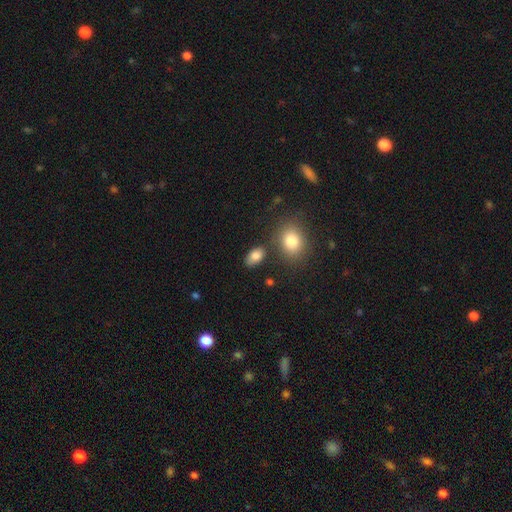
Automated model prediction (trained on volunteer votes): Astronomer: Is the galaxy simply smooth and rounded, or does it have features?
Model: smooth — 84%.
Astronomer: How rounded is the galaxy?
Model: in between — 89%.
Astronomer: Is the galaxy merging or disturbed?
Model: none — 77%.